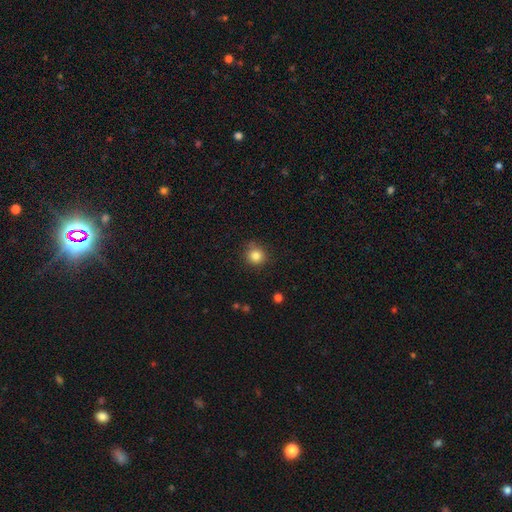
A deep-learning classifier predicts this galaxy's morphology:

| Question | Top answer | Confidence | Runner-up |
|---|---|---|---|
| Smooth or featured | smooth | 84% | star or artifact (11%) |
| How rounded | round | 92% | in between (8%) |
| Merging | none | 80% | minor disturbance (15%) |